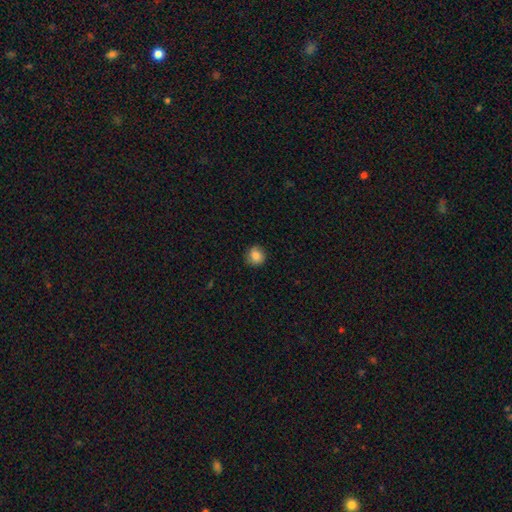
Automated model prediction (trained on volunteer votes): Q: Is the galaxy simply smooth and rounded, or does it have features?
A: smooth — 82%.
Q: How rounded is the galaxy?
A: round — 88%.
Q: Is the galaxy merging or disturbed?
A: none — 85%.